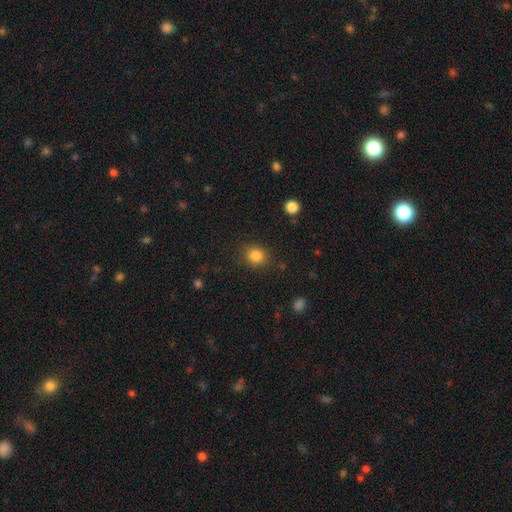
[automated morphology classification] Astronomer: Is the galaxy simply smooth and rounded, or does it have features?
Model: smooth — 84%.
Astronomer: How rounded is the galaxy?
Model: round — 76%.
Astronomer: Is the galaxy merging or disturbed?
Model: none — 85%.